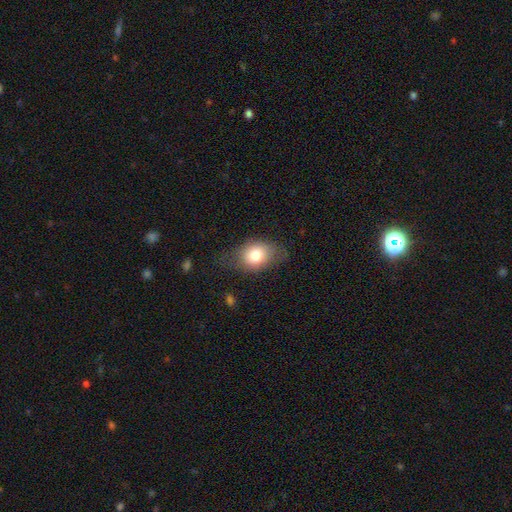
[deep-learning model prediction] smooth 76%, featured or disk 15%, star or artifact 9%. Down the decision tree: how rounded — in between (65%); merging — none (60%).